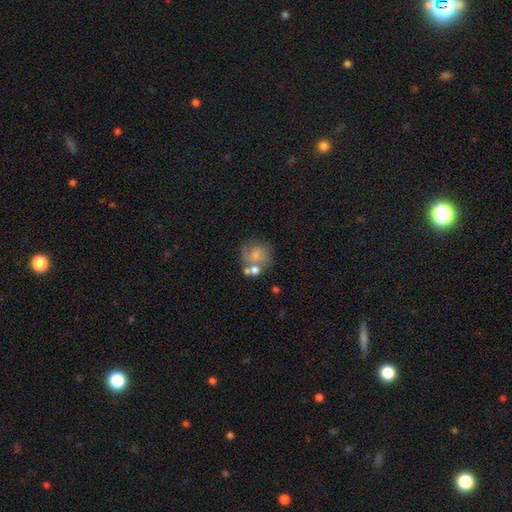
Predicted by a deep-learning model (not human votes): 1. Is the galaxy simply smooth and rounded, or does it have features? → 47% smooth, 43% featured or disk, 10% star or artifact.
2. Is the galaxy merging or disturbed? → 45% none, 22% merger, 19% minor disturbance, 14% major disturbance.